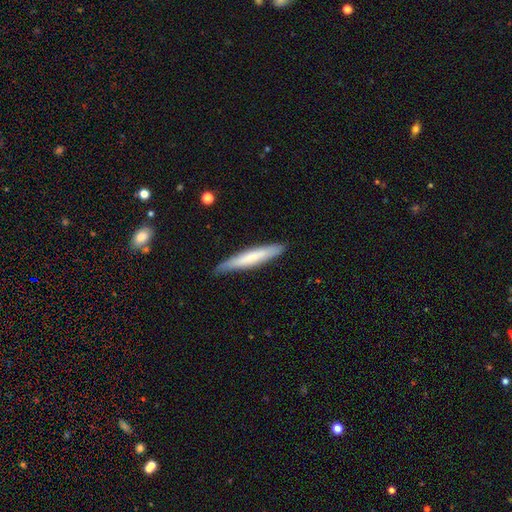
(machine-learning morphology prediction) This appears to be a smooth galaxy with no disk features (63%) that is cigar-shaped (93%). Merging: none (85%).